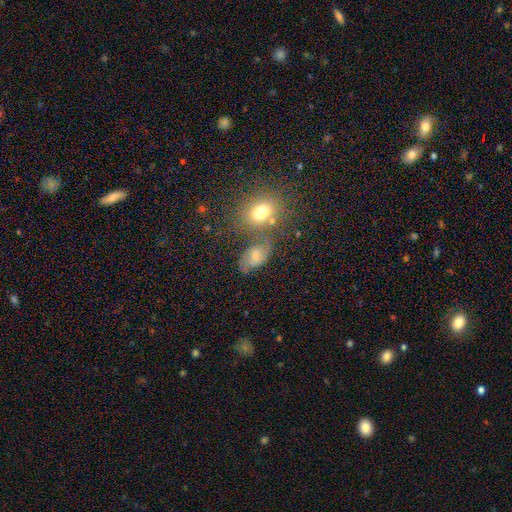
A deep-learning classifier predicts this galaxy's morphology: Smooth or featured: featured or disk — 46% (smooth — 39%)
Merging: none — 54% (minor disturbance — 20%)